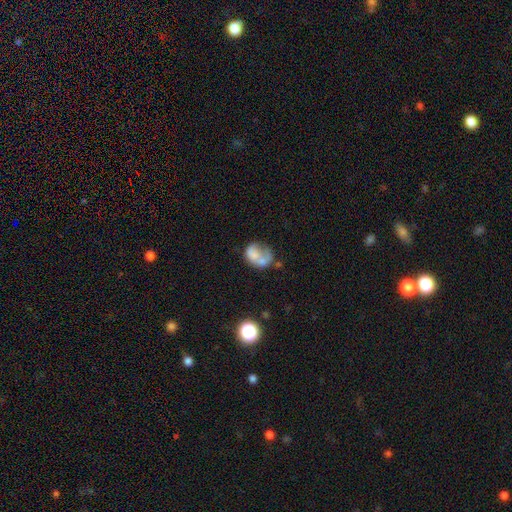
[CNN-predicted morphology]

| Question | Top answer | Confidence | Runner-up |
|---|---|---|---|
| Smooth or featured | smooth | 55% | featured or disk (35%) |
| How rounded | in between | 55% | round (44%) |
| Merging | merger | 32% | none (26%) |